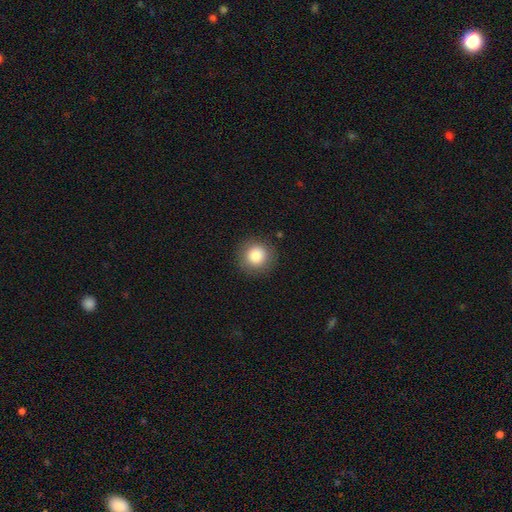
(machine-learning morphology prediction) This appears to be a smooth galaxy with no disk features (84%) that is round (94%). Merging: none (89%).